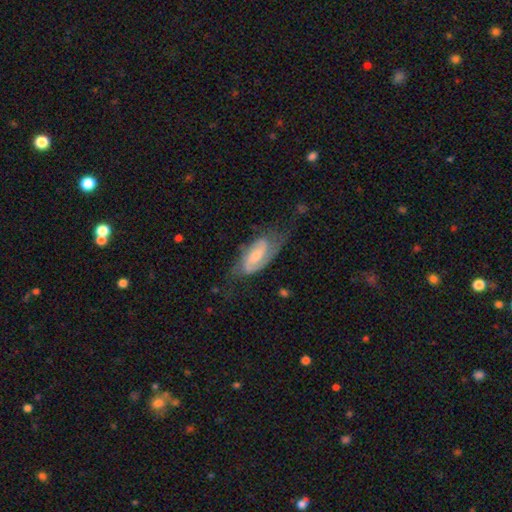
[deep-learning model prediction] This is likely a featured or disk galaxy (72%). It is clearly not viewed edge-on (93%). Bar: marginally weak (45%). Spiral arm pattern: clearly yes (92%). Spiral arm count: clearly 2 (80%). Spiral winding: possibly medium (45%). Central bulge: possibly small (47%). Merging: possibly none (57%).